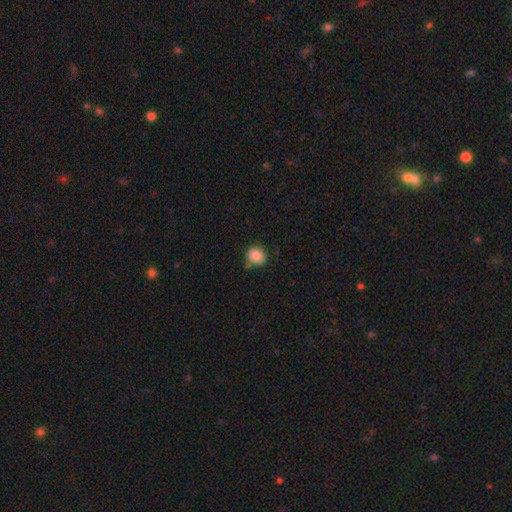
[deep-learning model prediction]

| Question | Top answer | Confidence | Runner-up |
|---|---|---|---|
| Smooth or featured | smooth | 87% | star or artifact (9%) |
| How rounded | round | 79% | in between (20%) |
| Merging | none | 76% | minor disturbance (14%) |